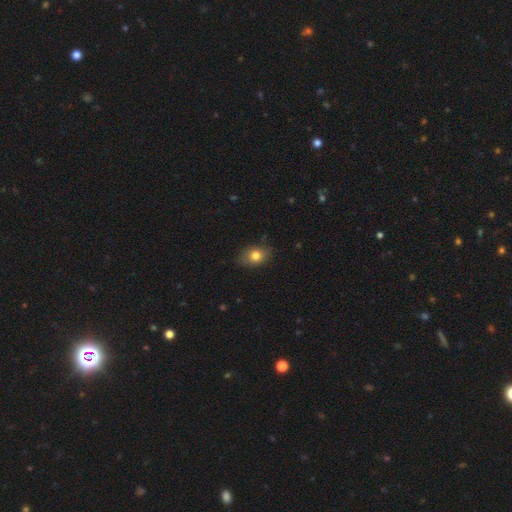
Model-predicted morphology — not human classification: This appears to be a smooth galaxy with no disk features (79%) that is in between round and cigar-shaped (67%). Merging: none (79%).